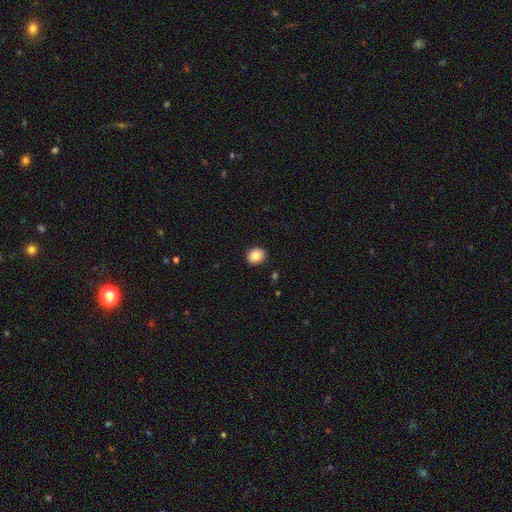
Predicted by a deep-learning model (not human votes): smooth 85%, star or artifact 9%, featured or disk 7%. Down the decision tree: how rounded — round (75%); merging — none (91%).